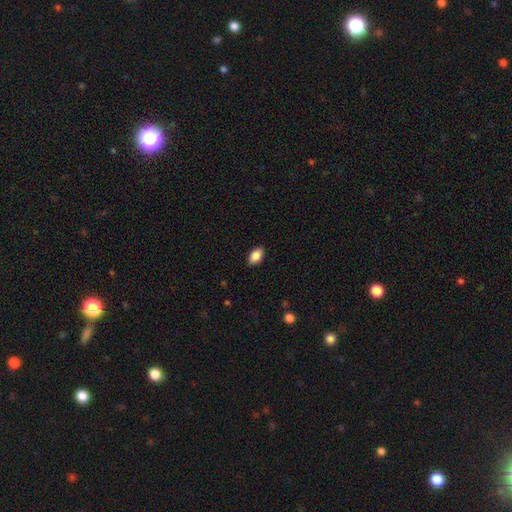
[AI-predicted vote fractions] This appears to be a smooth galaxy with no disk features (88%) that is in between round and cigar-shaped (91%). Merging: none (89%).